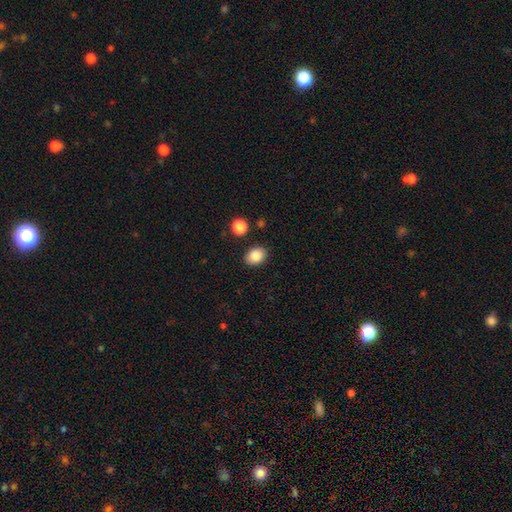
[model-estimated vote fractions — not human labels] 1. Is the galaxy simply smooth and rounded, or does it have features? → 85% smooth, 9% star or artifact, 6% featured or disk.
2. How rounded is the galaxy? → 66% in between, 33% round, 1% cigar-shaped.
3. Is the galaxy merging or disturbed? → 87% none, 8% minor disturbance, 2% merger, 2% major disturbance.